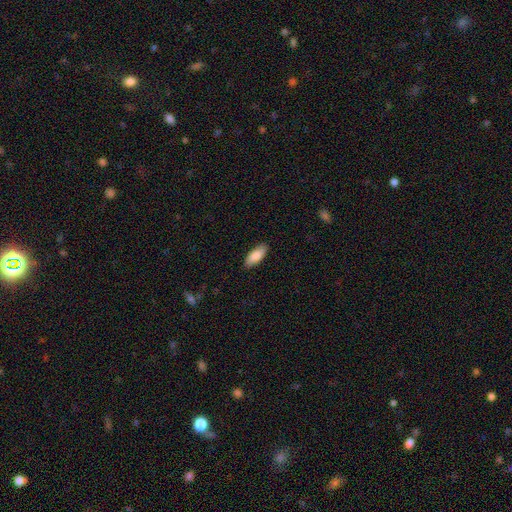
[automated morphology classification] Q: Smooth or featured?
A: smooth (86%); runner-up: featured or disk (9%)
Q: How rounded?
A: in between (78%); runner-up: cigar-shaped (21%)
Q: Merging?
A: none (88%); runner-up: minor disturbance (9%)